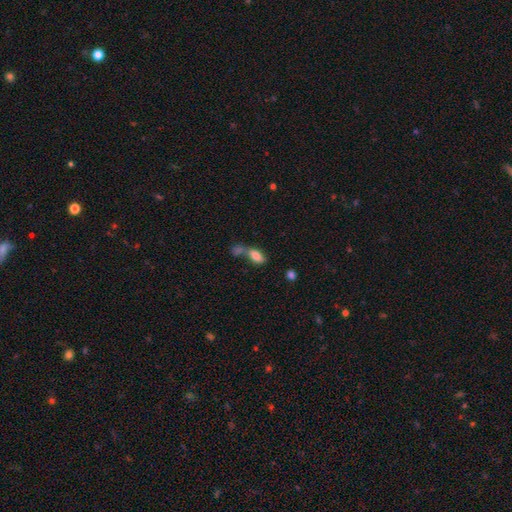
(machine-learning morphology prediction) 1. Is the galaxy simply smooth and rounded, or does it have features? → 80% smooth, 11% featured or disk, 9% star or artifact.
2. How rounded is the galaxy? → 88% in between, 6% cigar-shaped, 6% round.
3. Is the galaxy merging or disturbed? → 51% merger, 30% none, 11% minor disturbance, 8% major disturbance.